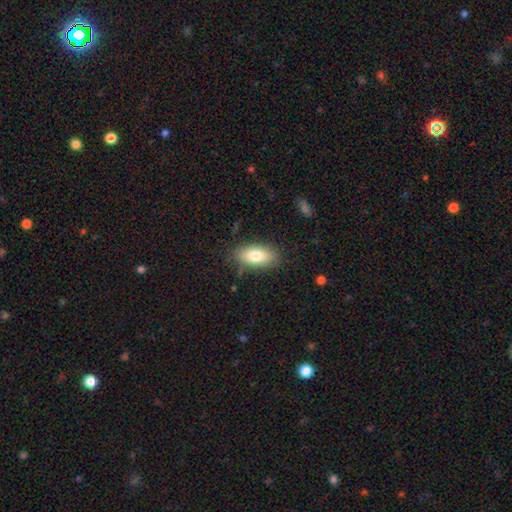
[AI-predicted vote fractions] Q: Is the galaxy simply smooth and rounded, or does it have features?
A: smooth — 78%.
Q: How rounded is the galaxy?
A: in between — 86%.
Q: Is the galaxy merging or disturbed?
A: none — 82%.